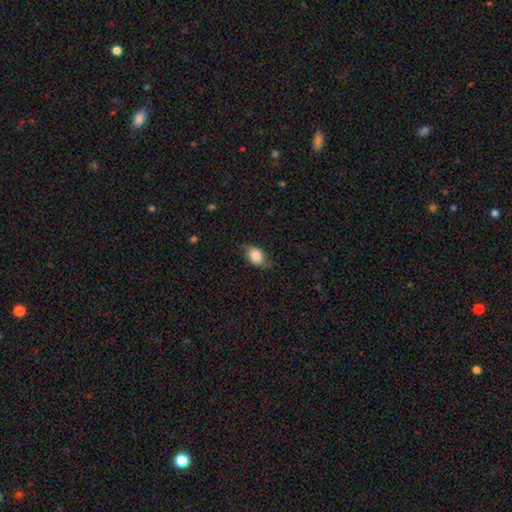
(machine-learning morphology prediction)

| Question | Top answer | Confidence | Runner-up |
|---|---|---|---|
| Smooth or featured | smooth | 84% | featured or disk (9%) |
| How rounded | in between | 83% | round (15%) |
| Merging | none | 73% | minor disturbance (21%) |